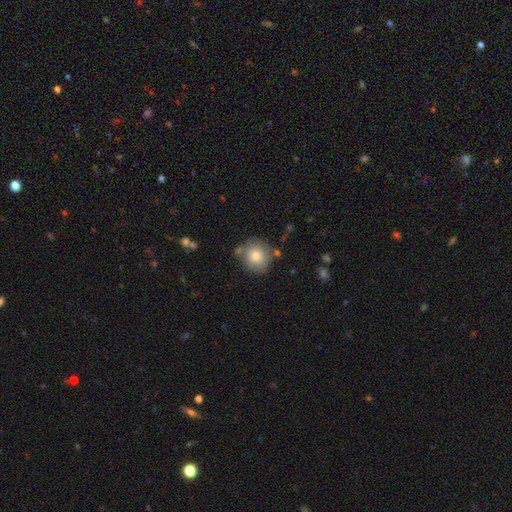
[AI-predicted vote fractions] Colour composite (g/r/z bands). It shows a smooth galaxy with no disk features (79%) that is round (90%). Merging: none (75%).